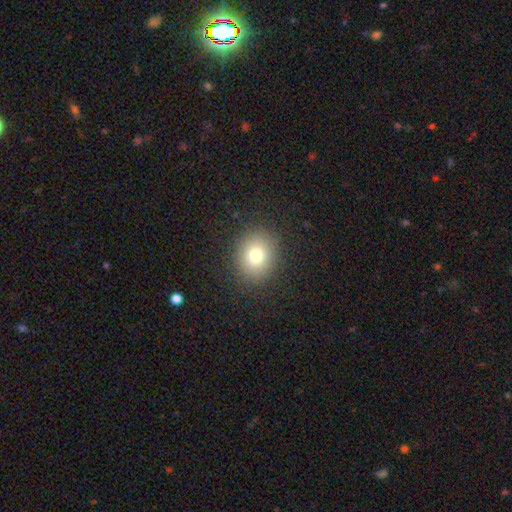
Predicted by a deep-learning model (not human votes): smooth_or_featured: smooth (p=0.77) [alt: star or artifact p=0.13]
how_rounded: round (p=0.57) [alt: in between p=0.42]
merging: none (p=0.88) [alt: minor disturbance p=0.08]